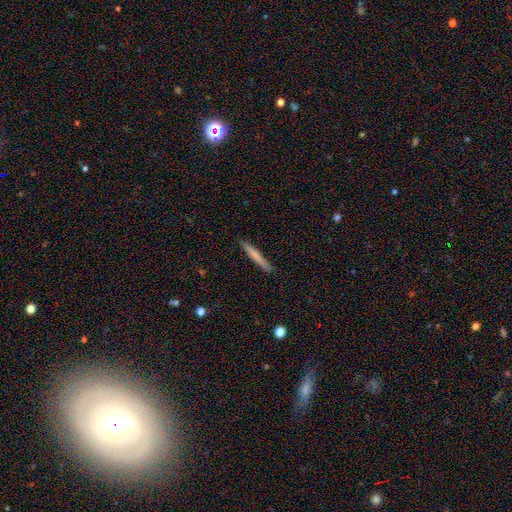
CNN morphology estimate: The model was most divided on "smooth or featured": smooth: 70%, featured or disk: 24%, star or artifact: 5%. More confident: how rounded — cigar-shaped (96%); merging — none (91%).